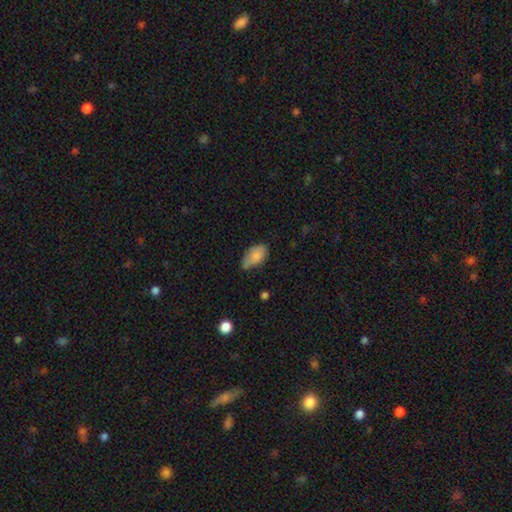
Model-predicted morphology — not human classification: smooth_or_featured: smooth (p=0.82) [alt: featured or disk p=0.10]
how_rounded: in between (p=0.93) [alt: round p=0.05]
merging: none (p=0.50) [alt: minor disturbance p=0.37]